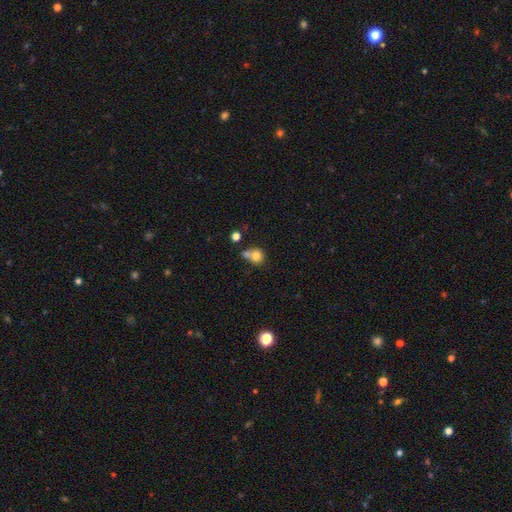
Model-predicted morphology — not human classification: Overall: smooth (78%). How rounded: round (80%). Merging: merger (43%; none 40%).